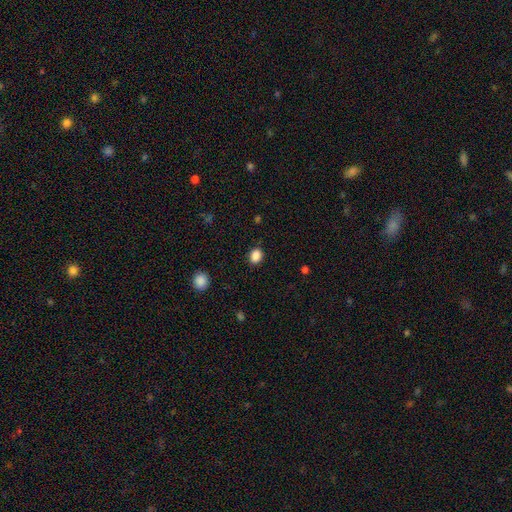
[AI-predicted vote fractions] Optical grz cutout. It shows a smooth galaxy with no disk features (87%) that is in between round and cigar-shaped (54%). Merging: none (87%).